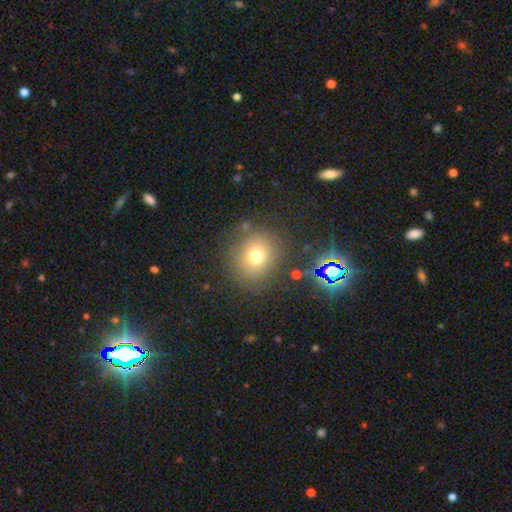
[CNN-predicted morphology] type=smooth (70%); roundness=round (82%); merging=none (81%).